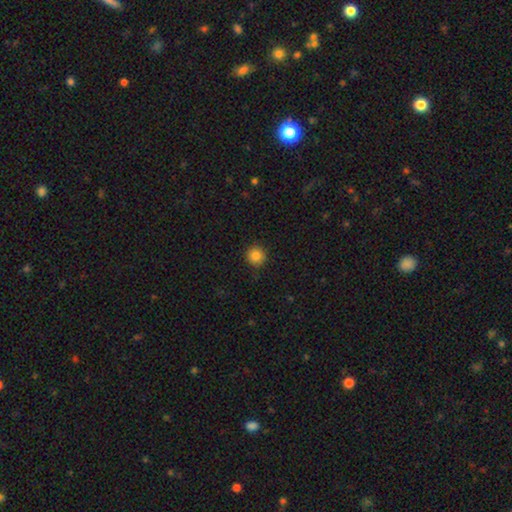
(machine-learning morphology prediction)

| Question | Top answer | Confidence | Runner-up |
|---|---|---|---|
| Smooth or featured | smooth | 84% | star or artifact (11%) |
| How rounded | round | 94% | in between (5%) |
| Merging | none | 90% | minor disturbance (7%) |